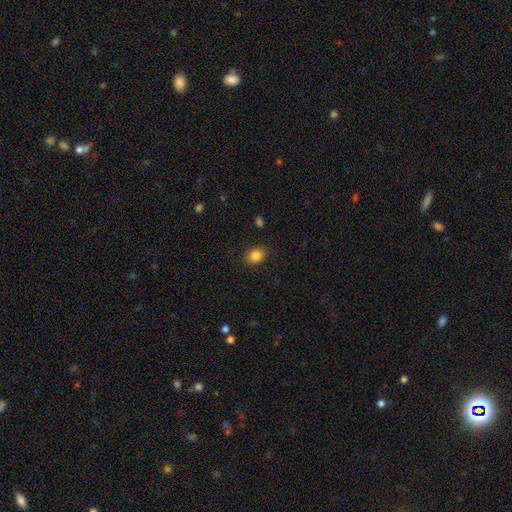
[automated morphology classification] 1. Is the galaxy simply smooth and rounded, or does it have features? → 85% smooth, 10% star or artifact, 5% featured or disk.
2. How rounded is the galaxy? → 53% in between, 46% round, 1% cigar-shaped.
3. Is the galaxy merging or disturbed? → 87% none, 9% minor disturbance, 2% major disturbance, 1% merger.